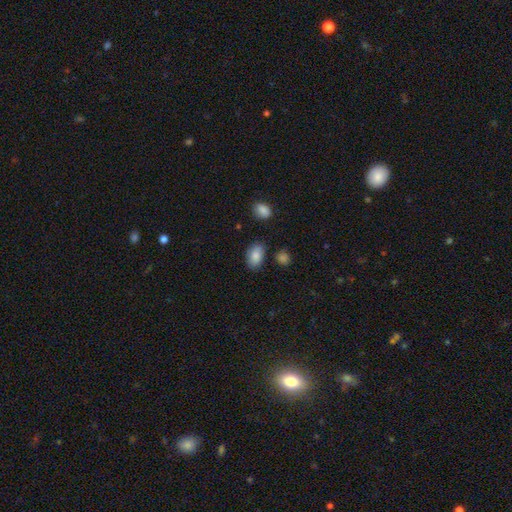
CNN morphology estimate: type=smooth (86%); roundness=in between (91%); merging=none (80%).